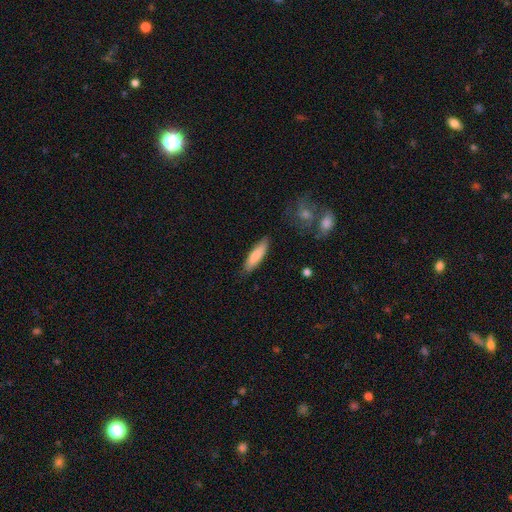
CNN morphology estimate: Smooth or featured? Predicted: smooth (p=0.82). How rounded? Predicted: cigar-shaped (p=0.67). Merging? Predicted: none (p=0.84).